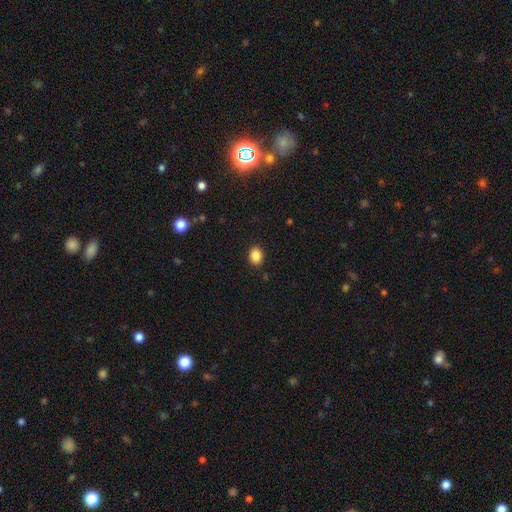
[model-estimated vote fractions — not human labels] A smooth galaxy with no disk features (87%) that is in between round and cigar-shaped (53%).

Vote fractions:
- Smooth or featured? smooth: 87% / star or artifact: 9% / featured or disk: 4%
- How rounded? in between: 53% / round: 46% / cigar-shaped: 1%
- Merging? none: 90% / minor disturbance: 7% / major disturbance: 2% / merger: 1%